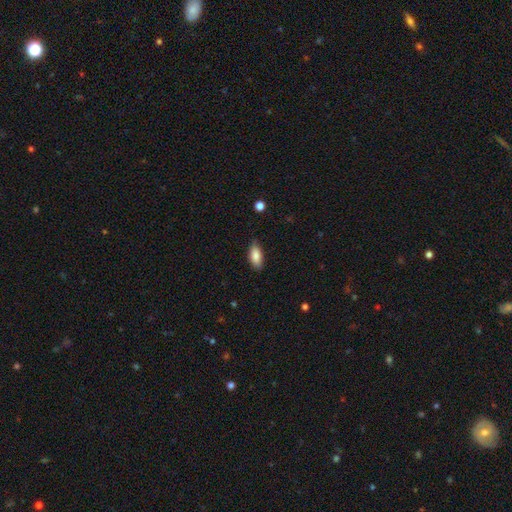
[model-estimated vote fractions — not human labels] Smooth or featured? smooth (86%)
How rounded? in between (87%)
Merging? none (81%)